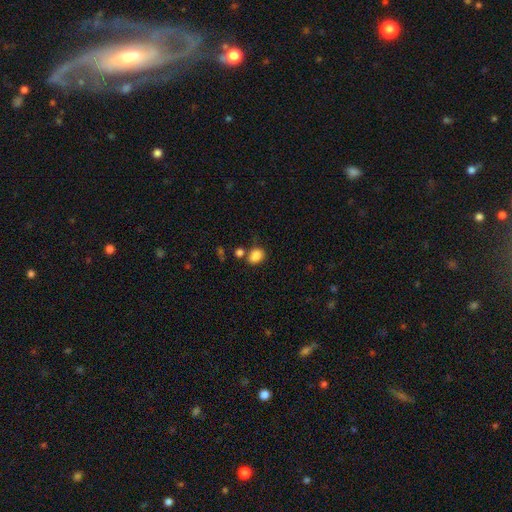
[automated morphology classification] This is clearly a smooth galaxy (85%). How rounded: likely in between (65%). Merging: likely none (64%).